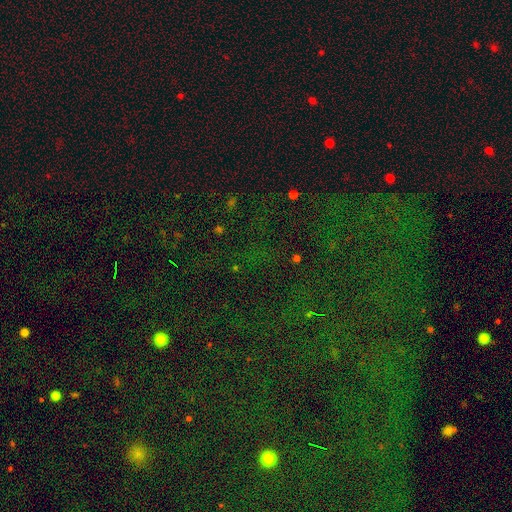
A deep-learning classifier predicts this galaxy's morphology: Overall: star or artifact (80%).